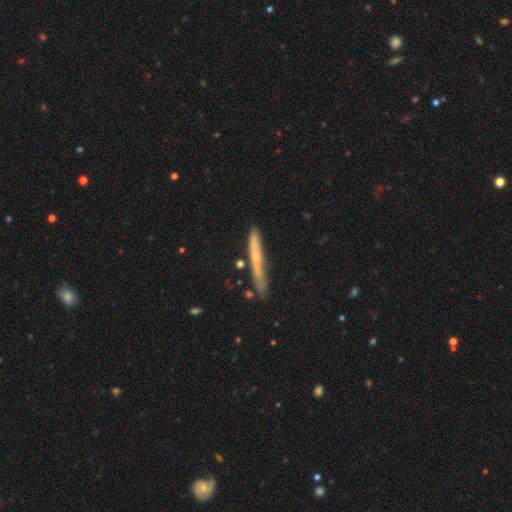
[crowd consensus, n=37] This is possibly a smooth galaxy (57%). How rounded: clearly cigar-shaped (90%). Merging: likely none (69%).